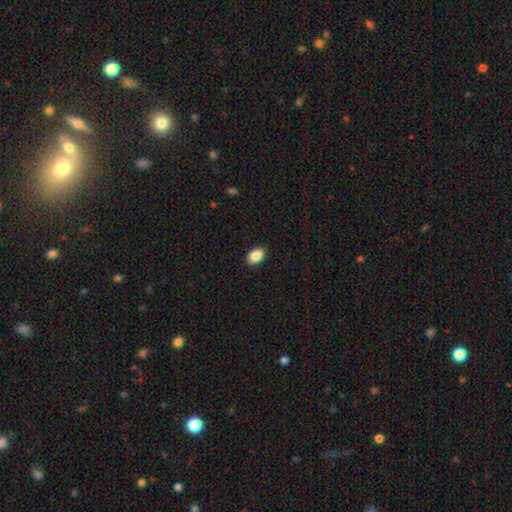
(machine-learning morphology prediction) A smooth galaxy with no disk features (88%) that is in between round and cigar-shaped (85%).

Vote fractions:
- Smooth or featured? smooth: 88% / star or artifact: 7% / featured or disk: 4%
- How rounded? in between: 85% / round: 14% / cigar-shaped: 1%
- Merging? none: 90% / minor disturbance: 7% / major disturbance: 2% / merger: 1%